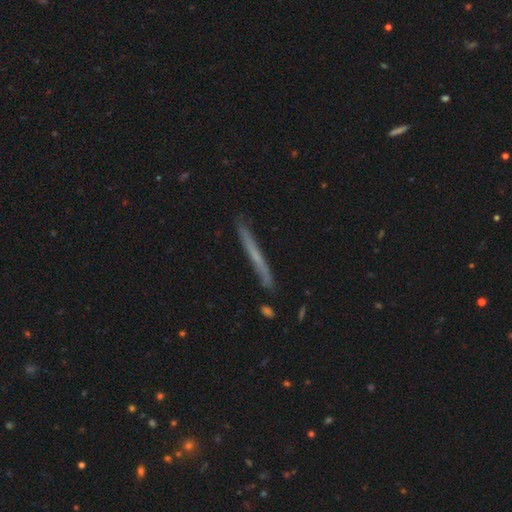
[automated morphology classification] This appears to be a featured or disk galaxy (49%). Merging: none (87%).